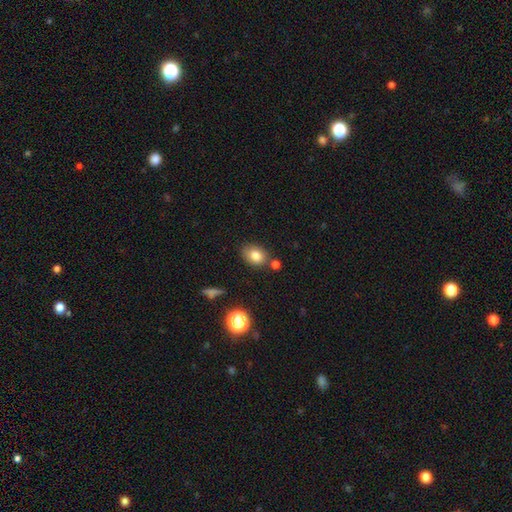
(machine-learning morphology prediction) Smooth or featured?
  - smooth: 80% *
  - star or artifact: 11%
  - featured or disk: 9%
How rounded?
  - in between: 72% *
  - round: 27%
  - cigar-shaped: 1%
Merging?
  - none: 71% *
  - minor disturbance: 15%
  - merger: 10%
  - major disturbance: 4%